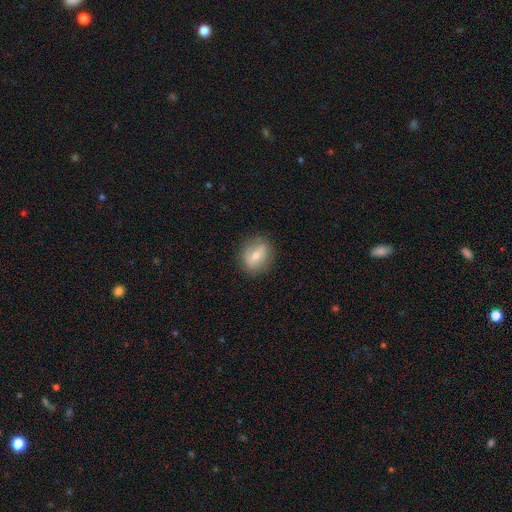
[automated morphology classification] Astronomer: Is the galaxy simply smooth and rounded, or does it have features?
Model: smooth — 56% (runner-up: featured or disk, 35%).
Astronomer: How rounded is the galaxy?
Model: round — 57% (runner-up: in between, 41%).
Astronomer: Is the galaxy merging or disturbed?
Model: none — 81%.